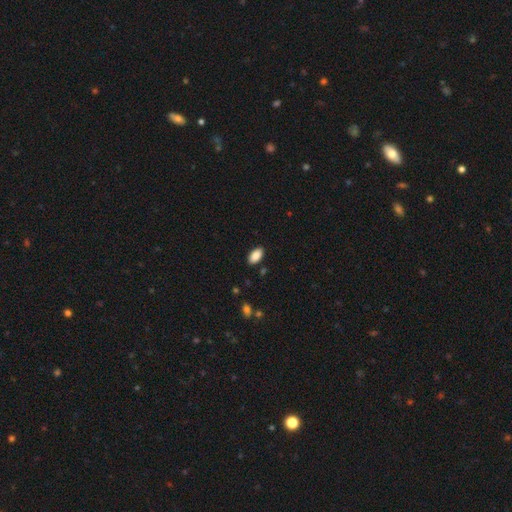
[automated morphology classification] A smooth galaxy with no disk features (88%) that is in between round and cigar-shaped (94%). Merging: none (88%).